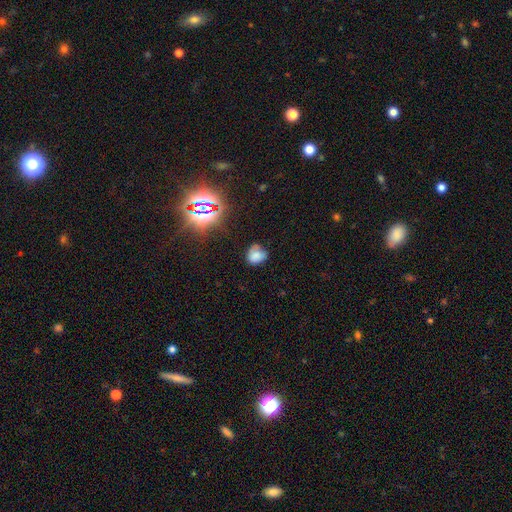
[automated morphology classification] This appears to be a smooth galaxy with no disk features (71%) that is round (57%). Merging: none (52%).